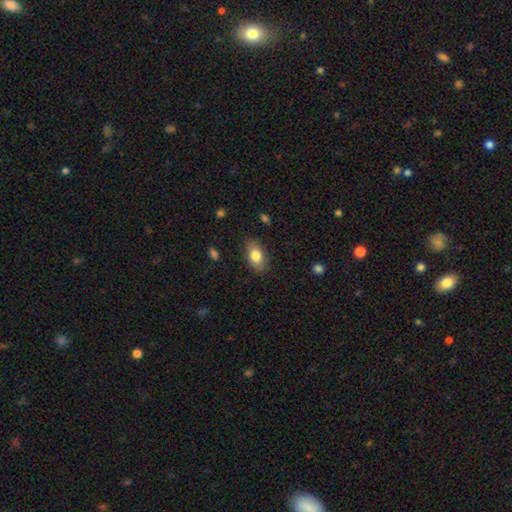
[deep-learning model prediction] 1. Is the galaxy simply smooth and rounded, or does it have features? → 81% smooth, 11% featured or disk, 7% star or artifact.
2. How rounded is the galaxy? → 89% in between, 9% round, 3% cigar-shaped.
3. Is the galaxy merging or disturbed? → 84% none, 12% minor disturbance, 3% major disturbance, 1% merger.